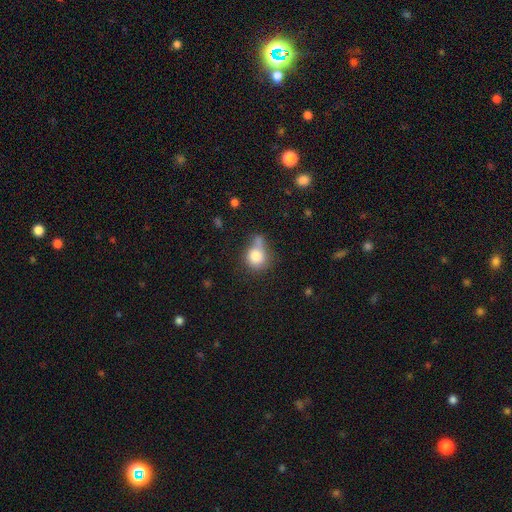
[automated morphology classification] Smooth or featured? Predicted: smooth (p=0.80). How rounded? Predicted: round (p=0.78). Merging? Predicted: none (p=0.41).